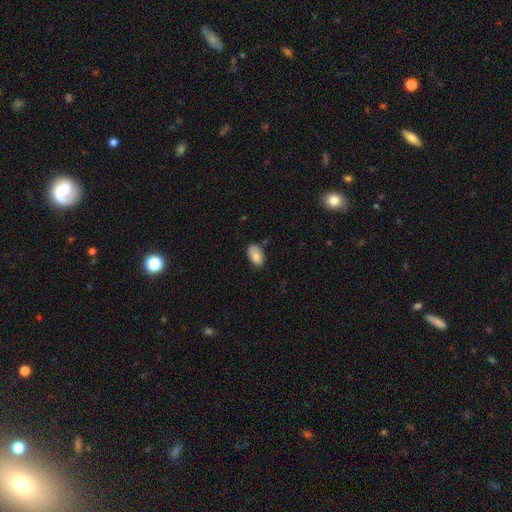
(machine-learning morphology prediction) Overall: smooth (82%). How rounded: in between (92%). Merging: none (61%; minor disturbance 29%).